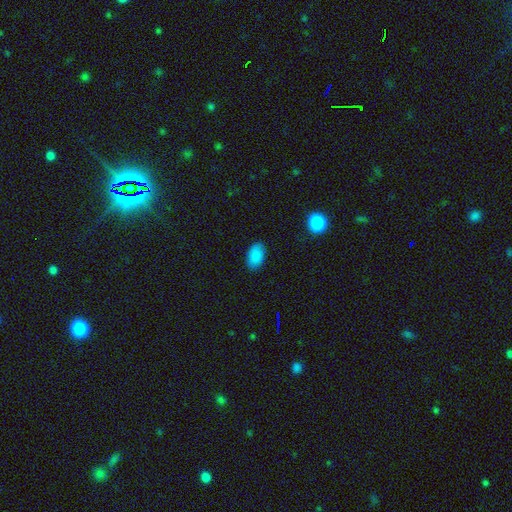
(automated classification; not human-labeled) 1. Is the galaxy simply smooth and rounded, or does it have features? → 87% smooth, 9% star or artifact, 4% featured or disk.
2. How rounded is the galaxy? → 92% in between, 6% round, 1% cigar-shaped.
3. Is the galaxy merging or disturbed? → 87% none, 10% minor disturbance, 2% major disturbance, 1% merger.